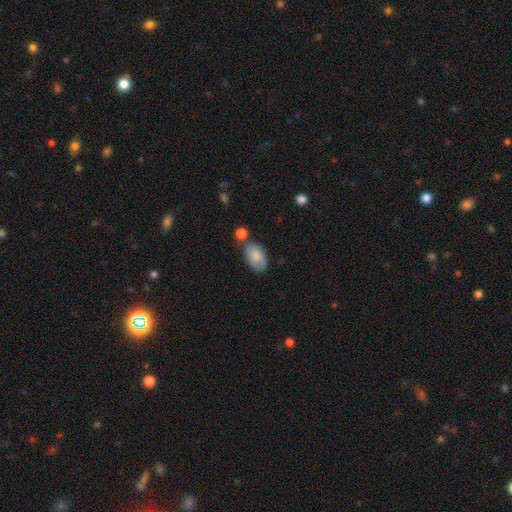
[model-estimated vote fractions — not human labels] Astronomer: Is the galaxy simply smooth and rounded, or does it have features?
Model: smooth — 82%.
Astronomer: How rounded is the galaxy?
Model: in between — 93%.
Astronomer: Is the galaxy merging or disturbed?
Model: none — 57%.